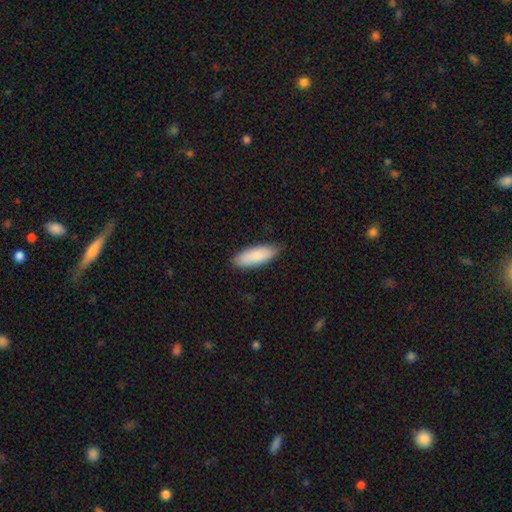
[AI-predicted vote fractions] A smooth galaxy with no disk features (87%) that is in between round and cigar-shaped (66%). Merging: none (83%).